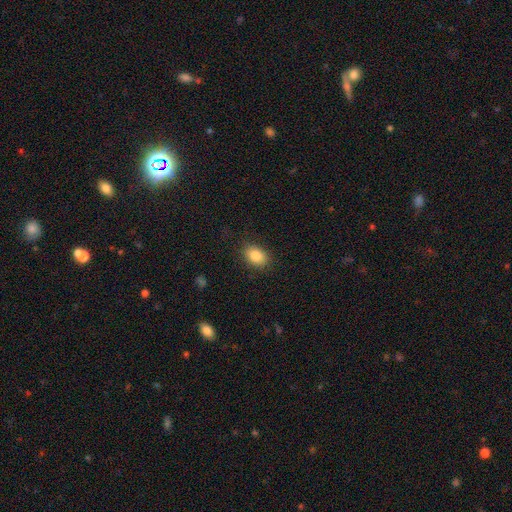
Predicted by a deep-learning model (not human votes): This is clearly a smooth galaxy (85%). How rounded: likely in between (76%). Merging: clearly none (86%).